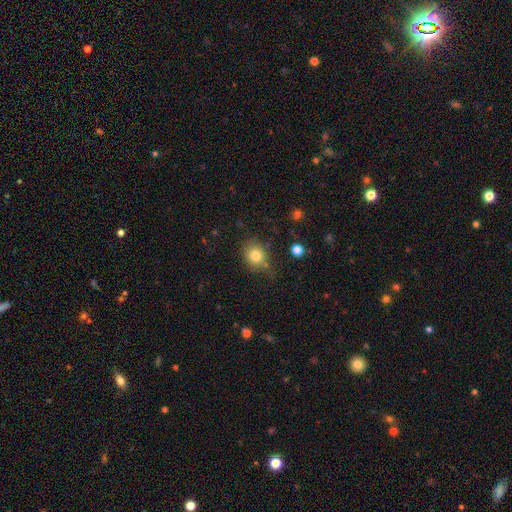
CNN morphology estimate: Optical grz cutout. It shows a smooth galaxy with no disk features (81%) that is round (73%). Merging: none (68%).